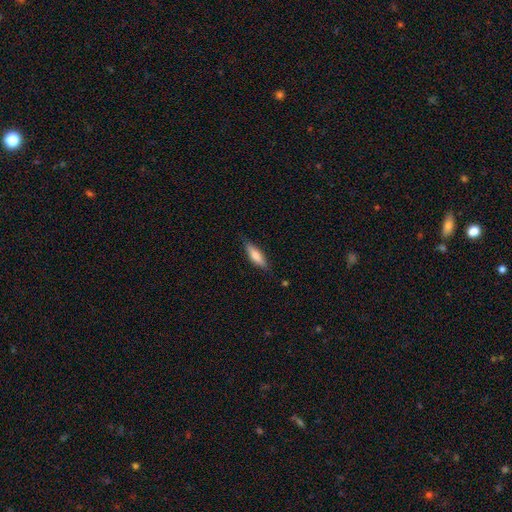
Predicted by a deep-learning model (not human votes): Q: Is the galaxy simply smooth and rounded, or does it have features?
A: smooth — 72%.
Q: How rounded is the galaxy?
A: cigar-shaped — 59%.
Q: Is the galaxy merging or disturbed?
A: none — 83%.